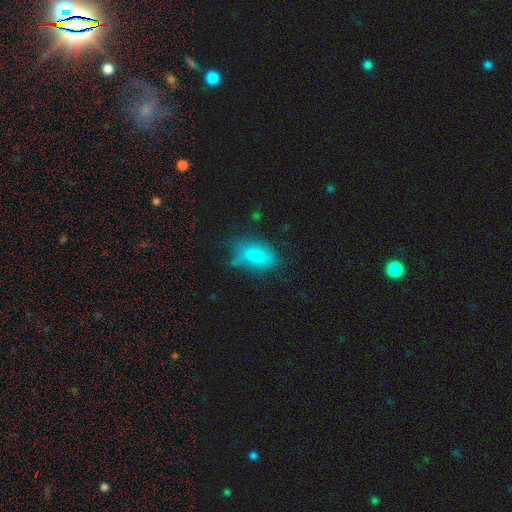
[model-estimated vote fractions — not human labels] A smooth galaxy with no disk features (76%) that is in between round and cigar-shaped (90%). Merging: none (46%).